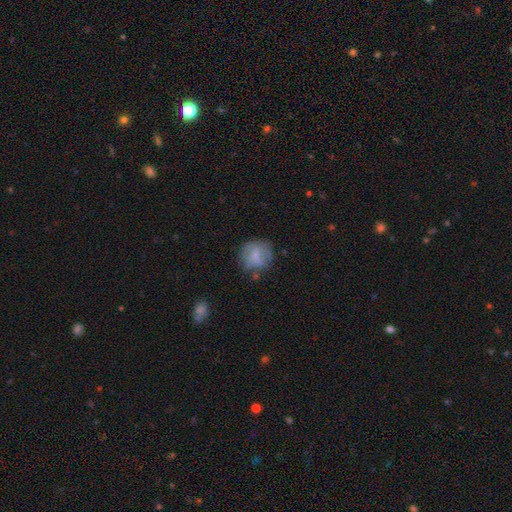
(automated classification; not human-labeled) Smooth or featured?
  - smooth: 68% *
  - featured or disk: 23%
  - star or artifact: 9%
How rounded?
  - round: 82% *
  - in between: 17%
  - cigar-shaped: 1%
Merging?
  - none: 64% *
  - minor disturbance: 22%
  - major disturbance: 10%
  - merger: 4%